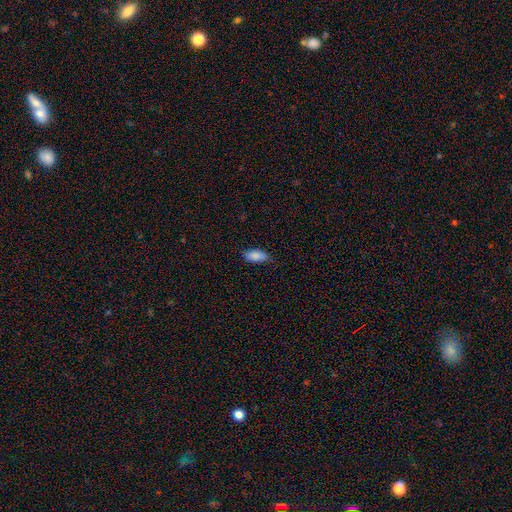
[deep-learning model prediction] Q: Smooth or featured?
A: smooth (88%); runner-up: star or artifact (7%)
Q: How rounded?
A: in between (89%); runner-up: cigar-shaped (9%)
Q: Merging?
A: none (77%); runner-up: minor disturbance (18%)